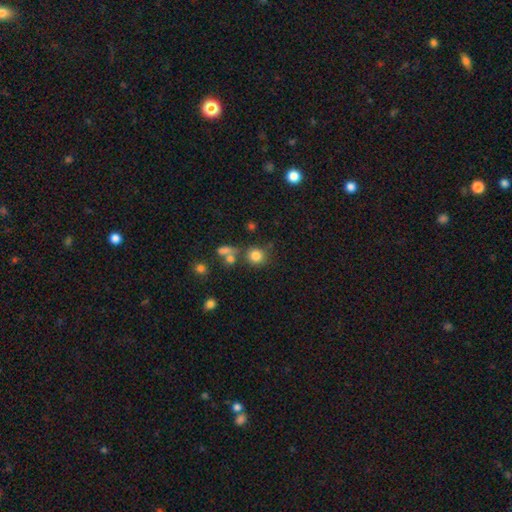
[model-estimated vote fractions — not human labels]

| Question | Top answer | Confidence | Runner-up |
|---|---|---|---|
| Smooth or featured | smooth | 80% | star or artifact (12%) |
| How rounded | round | 88% | in between (11%) |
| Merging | none | 70% | merger (15%) |